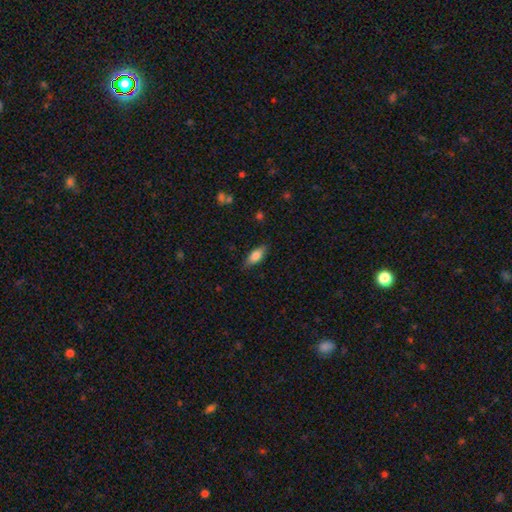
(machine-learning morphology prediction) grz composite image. It shows a smooth galaxy with no disk features (79%) that is in between round and cigar-shaped (80%). Merging: none (78%).